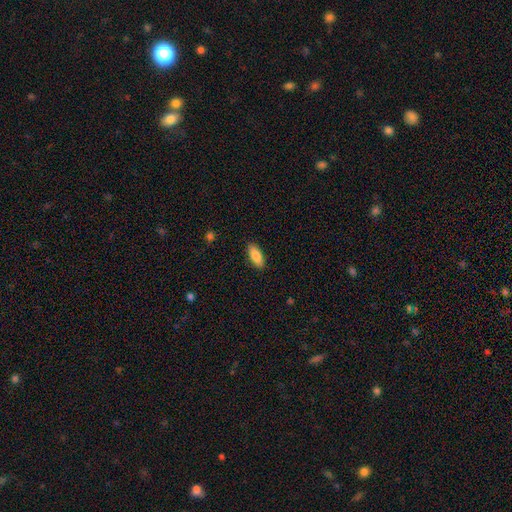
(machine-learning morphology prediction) smooth-or-featured: smooth: 85% | featured or disk: 9% | star or artifact: 6%
  how-rounded: in between: 76% | cigar-shaped: 22% | round: 2%
  merging: none: 89% | minor disturbance: 8% | major disturbance: 2% | merger: 1%